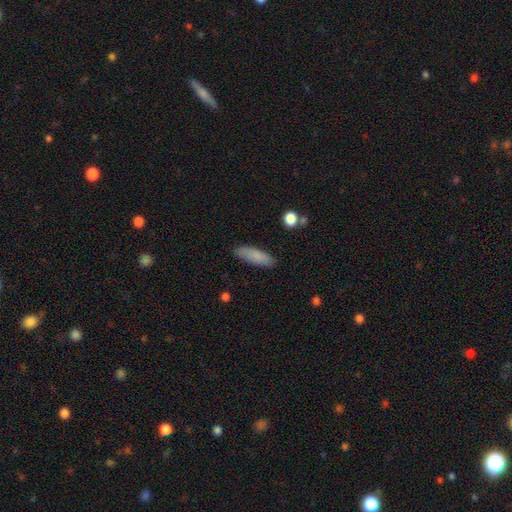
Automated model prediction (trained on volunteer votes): Smooth or featured? smooth (84%)
How rounded? cigar-shaped (53%)
Merging? none (85%)